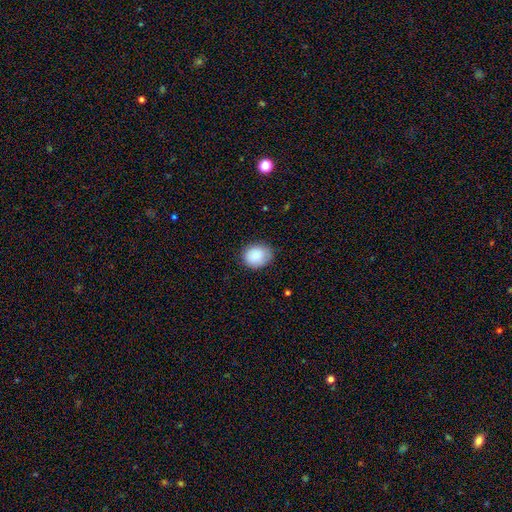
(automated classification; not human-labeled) smooth-or-featured: smooth: 87% | star or artifact: 7% | featured or disk: 6%
  how-rounded: round: 59% | in between: 40% | cigar-shaped: 1%
  merging: none: 76% | minor disturbance: 19% | major disturbance: 3% | merger: 1%